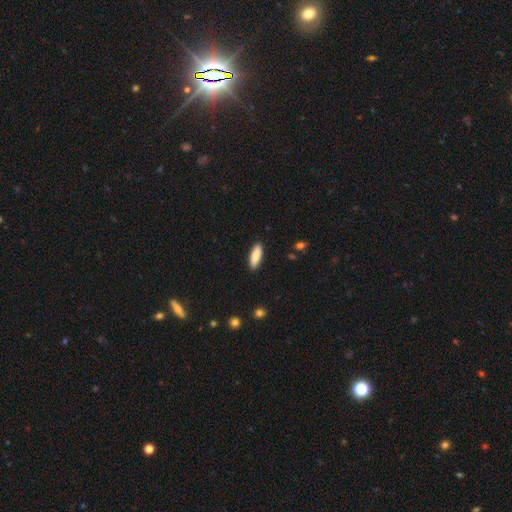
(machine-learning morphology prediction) This appears to be a smooth galaxy with no disk features (86%) that is in between round and cigar-shaped (53%). Merging: none (89%).